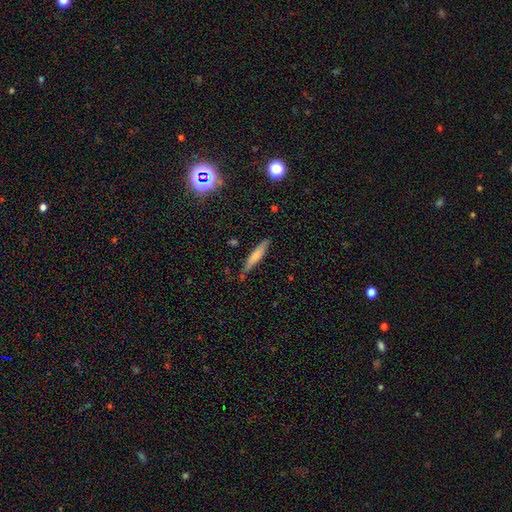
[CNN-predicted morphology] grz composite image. It shows a smooth galaxy with no disk features (68%) that is cigar-shaped (89%). Merging: none (76%).